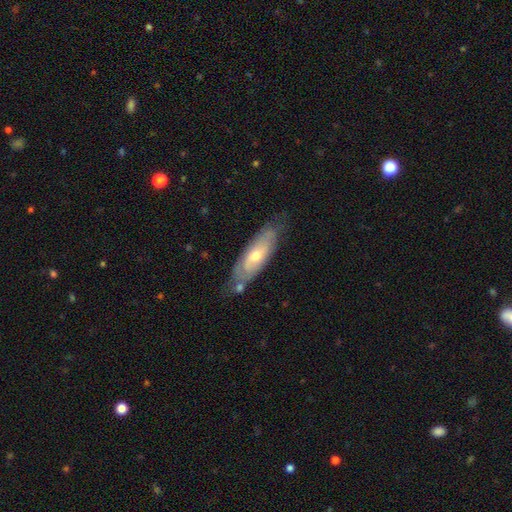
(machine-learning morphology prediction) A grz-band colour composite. It shows a featured or disk galaxy (59%). Merging: none (65%).